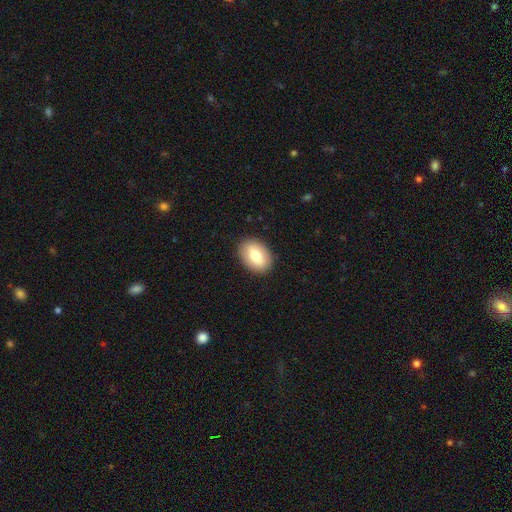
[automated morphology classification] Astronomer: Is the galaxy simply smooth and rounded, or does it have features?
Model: smooth — 75%.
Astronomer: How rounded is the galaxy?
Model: in between — 84%.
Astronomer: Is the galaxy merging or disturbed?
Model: none — 89%.